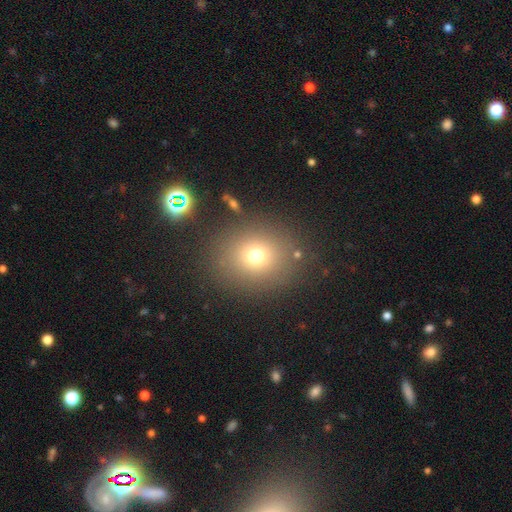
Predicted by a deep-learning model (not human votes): Smooth or featured: smooth — 71% (star or artifact — 18%)
How rounded: round — 71% (in between — 28%)
Merging: none — 82% (minor disturbance — 9%)